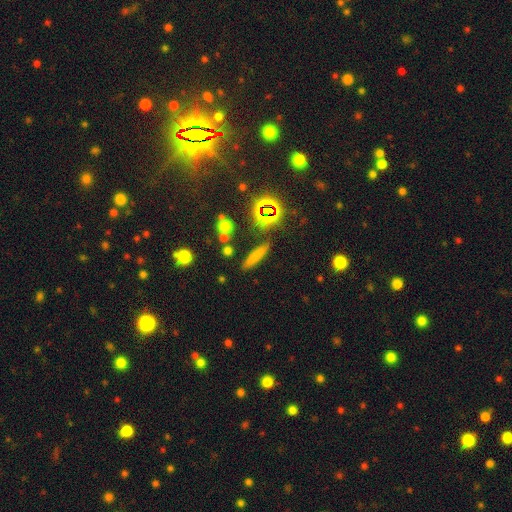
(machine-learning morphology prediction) smooth_or_featured: smooth (p=0.68) [alt: star or artifact p=0.17]
how_rounded: cigar-shaped (p=0.84) [alt: in between p=0.11]
merging: none (p=0.83) [alt: minor disturbance p=0.10]